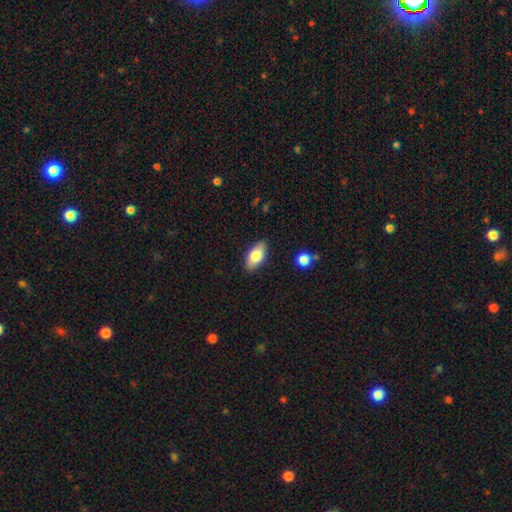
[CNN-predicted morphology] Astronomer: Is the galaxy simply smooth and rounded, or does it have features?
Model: smooth — 79%.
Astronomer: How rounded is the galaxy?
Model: in between — 91%.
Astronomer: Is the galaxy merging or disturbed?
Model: none — 86%.